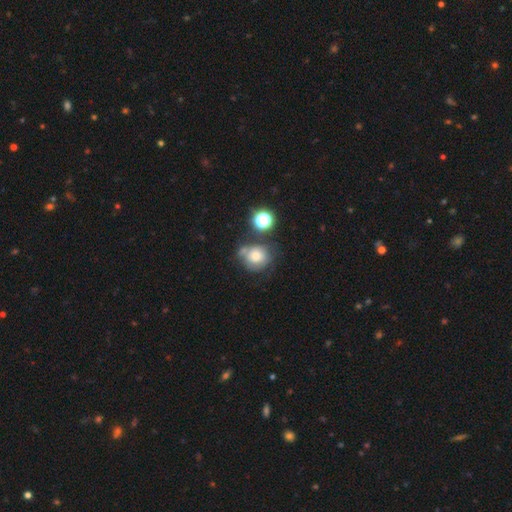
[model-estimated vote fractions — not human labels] Morphology: type=smooth (65%); roundness=round (80%); merging=none (48%).